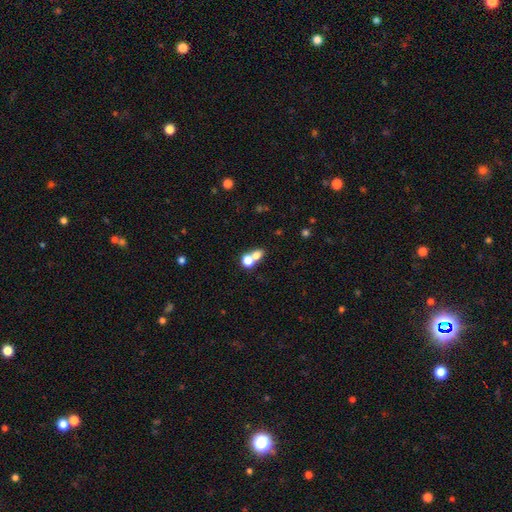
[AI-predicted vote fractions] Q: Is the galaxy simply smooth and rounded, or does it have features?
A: smooth — 73%.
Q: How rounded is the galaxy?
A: round — 57%.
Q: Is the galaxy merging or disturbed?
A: merger — 57%.